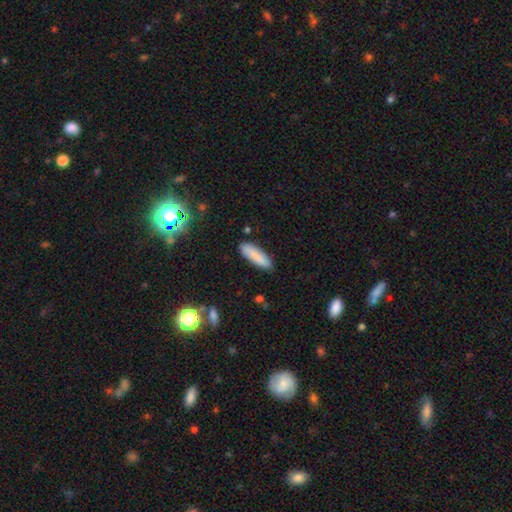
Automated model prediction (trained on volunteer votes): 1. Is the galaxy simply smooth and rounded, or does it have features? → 85% smooth, 8% featured or disk, 7% star or artifact.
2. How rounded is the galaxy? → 57% cigar-shaped, 41% in between, 2% round.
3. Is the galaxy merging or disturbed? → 85% none, 11% minor disturbance, 2% major disturbance, 2% merger.